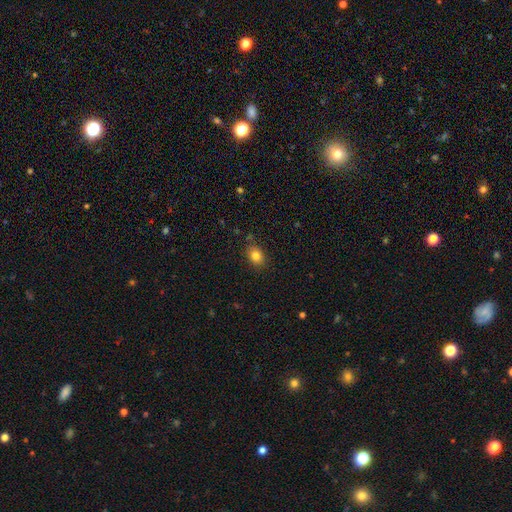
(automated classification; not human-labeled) Q: Smooth or featured?
A: smooth (82%); runner-up: star or artifact (11%)
Q: How rounded?
A: in between (63%); runner-up: round (36%)
Q: Merging?
A: none (84%); runner-up: minor disturbance (11%)